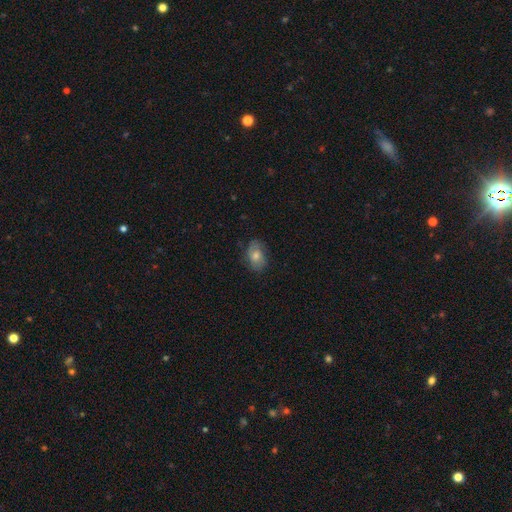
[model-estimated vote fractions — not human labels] A smooth galaxy with no disk features (49%).

Vote fractions:
- Smooth or featured? smooth: 49% / featured or disk: 39% / star or artifact: 12%
- Merging? none: 76% / minor disturbance: 18% / major disturbance: 5% / merger: 1%